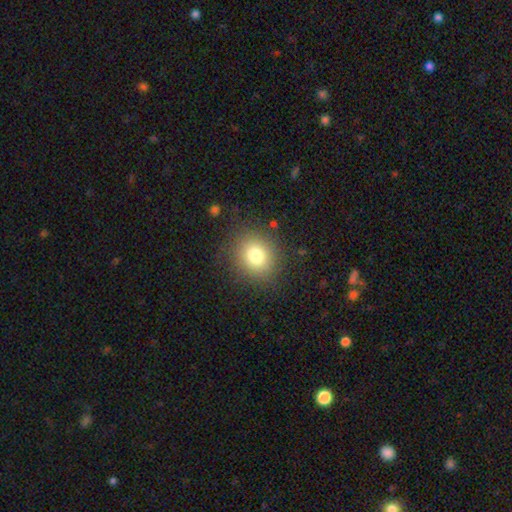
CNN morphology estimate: Smooth or featured? smooth (79%)
How rounded? round (80%)
Merging? none (86%)